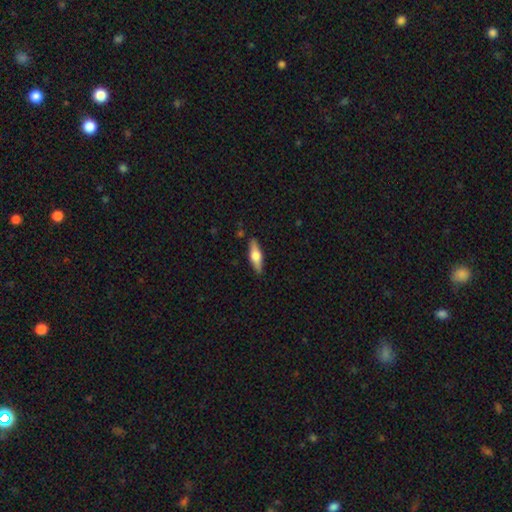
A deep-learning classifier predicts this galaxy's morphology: This appears to be a smooth galaxy with no disk features (47%, tied with featured or disk). Merging: none (87%).